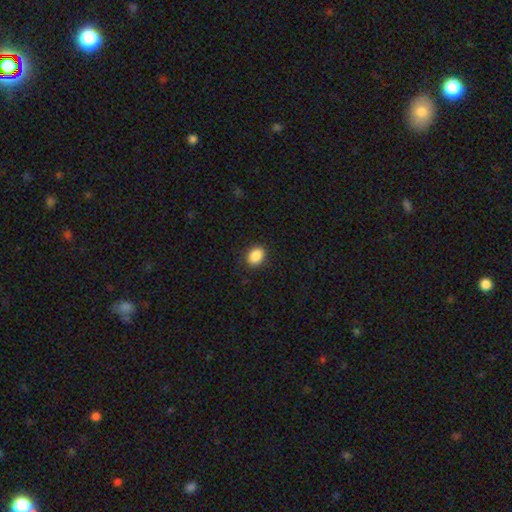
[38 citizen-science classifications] Morphology: type=smooth (95%); roundness=in between (78%); merging=none (86%).